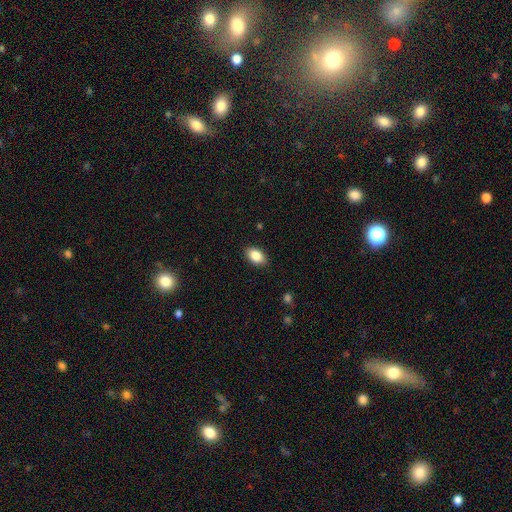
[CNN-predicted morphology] smooth-or-featured: smooth: 87% | star or artifact: 8% | featured or disk: 6%
  how-rounded: in between: 90% | round: 8% | cigar-shaped: 2%
  merging: none: 87% | minor disturbance: 9% | major disturbance: 2% | merger: 1%